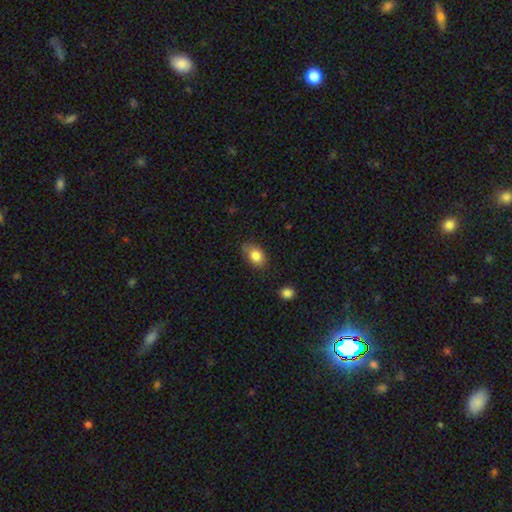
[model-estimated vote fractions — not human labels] Smooth or featured? smooth (83%)
How rounded? in between (79%)
Merging? none (72%)